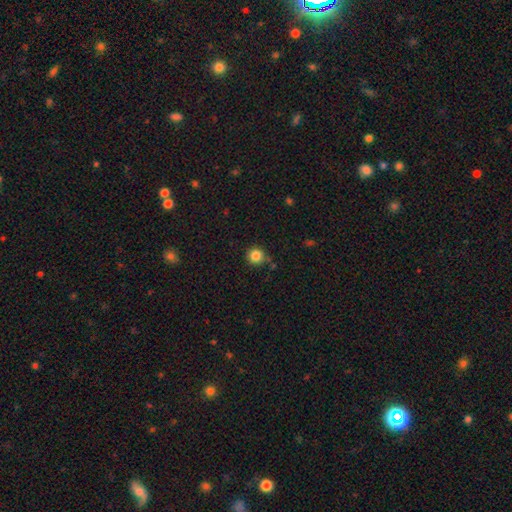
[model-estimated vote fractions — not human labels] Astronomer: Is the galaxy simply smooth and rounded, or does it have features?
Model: smooth — 84%.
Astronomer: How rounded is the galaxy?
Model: round — 94%.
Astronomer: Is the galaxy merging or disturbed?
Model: none — 83%.